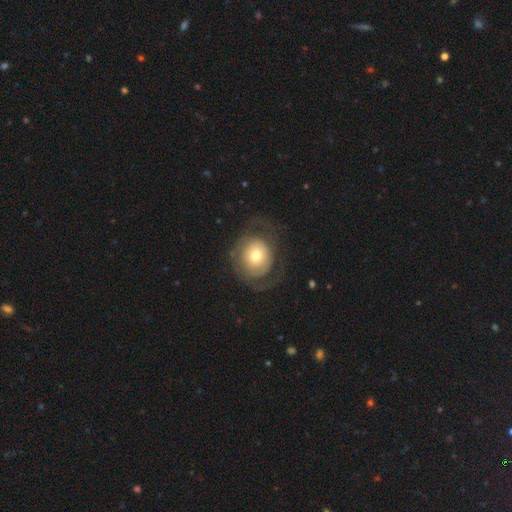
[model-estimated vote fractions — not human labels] Smooth or featured?
  - featured or disk: 50% *
  - smooth: 43%
  - star or artifact: 6%
Edge-on disk?
  - no: 96% *
  - yes: 4%
Merging?
  - none: 59% *
  - major disturbance: 24%
  - minor disturbance: 16%
  - merger: 1%